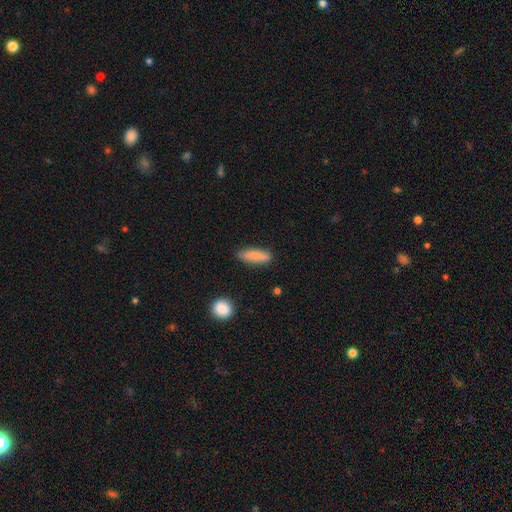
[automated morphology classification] smooth-or-featured: smooth: 85% | featured or disk: 8% | star or artifact: 7%
  how-rounded: cigar-shaped: 56% | in between: 42% | round: 2%
  merging: none: 80% | minor disturbance: 15% | major disturbance: 3% | merger: 2%